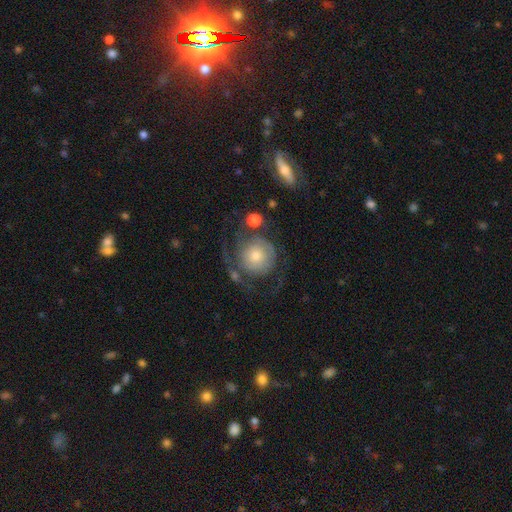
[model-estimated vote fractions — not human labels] Smooth or featured: featured or disk — 56% (smooth — 36%)
Edge-on disk: no — 96% (yes — 4%)
Bar: no — 82% (weak — 14%)
Spiral arms: yes — 76% (no — 24%)
Bulge size: moderate — 48% (small — 36%)
Merging: none — 51% (major disturbance — 24%)